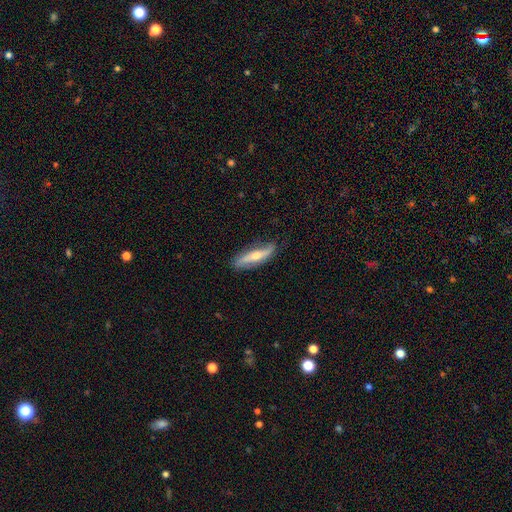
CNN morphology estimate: type=featured or disk (60%); edge-on=no (50%, tied with yes); merging=none (79%).